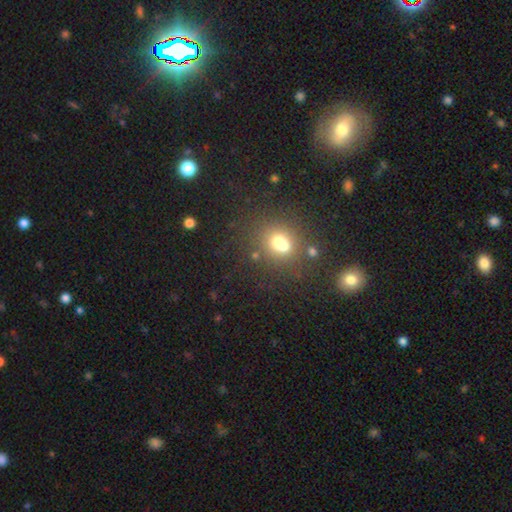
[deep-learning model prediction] Smooth or featured?
  - smooth: 66% *
  - star or artifact: 22%
  - featured or disk: 11%
How rounded?
  - round: 58% *
  - in between: 40%
  - cigar-shaped: 2%
Merging?
  - none: 61% *
  - merger: 22%
  - minor disturbance: 11%
  - major disturbance: 5%